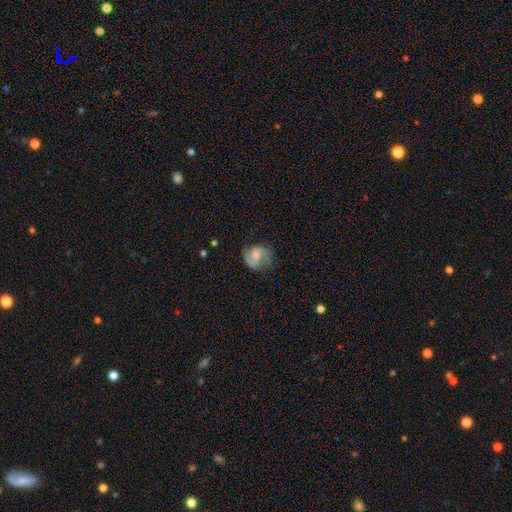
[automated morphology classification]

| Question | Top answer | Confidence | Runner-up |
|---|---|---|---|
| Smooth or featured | featured or disk | 73% | smooth (20%) |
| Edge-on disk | no | 98% | yes (2%) |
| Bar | weak | 46% | no (42%) |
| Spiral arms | yes | 92% | no (8%) |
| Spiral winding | medium | 49% | loose (33%) |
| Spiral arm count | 2 | 83% | 1 (8%) |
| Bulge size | moderate | 31% | small (30%) |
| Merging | none | 61% | minor disturbance (22%) |